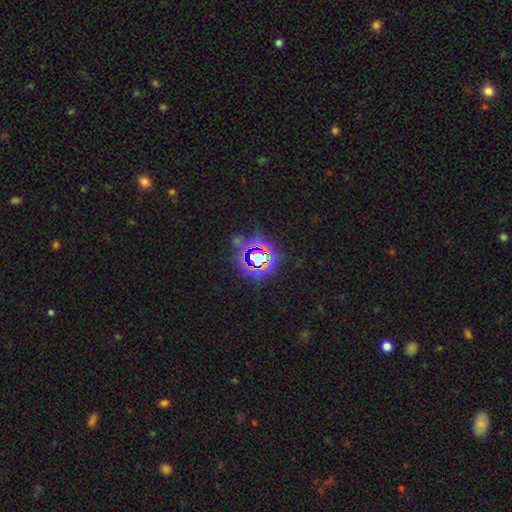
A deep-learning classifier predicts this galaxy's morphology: Q: Smooth or featured?
A: star or artifact (70%); runner-up: smooth (18%)